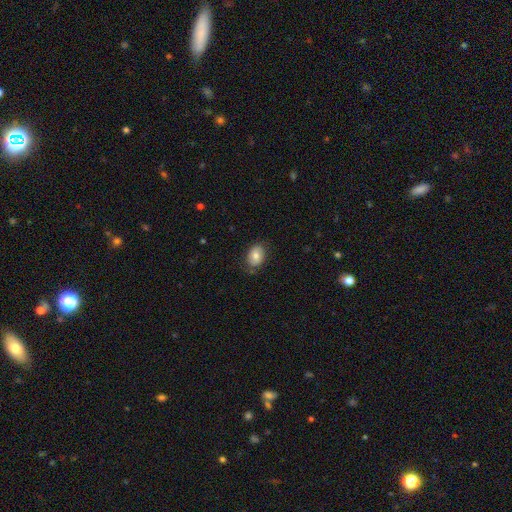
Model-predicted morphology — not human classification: A smooth galaxy with no disk features (75%) that is in between round and cigar-shaped (78%).

Vote fractions:
- Smooth or featured? smooth: 75% / featured or disk: 17% / star or artifact: 8%
- How rounded? in between: 78% / round: 21% / cigar-shaped: 1%
- Merging? none: 78% / minor disturbance: 16% / major disturbance: 4% / merger: 1%